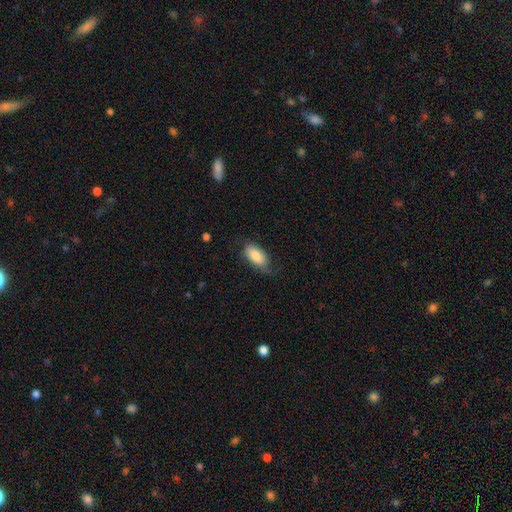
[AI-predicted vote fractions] smooth_or_featured: smooth (p=0.81) [alt: featured or disk p=0.13]
how_rounded: in between (p=0.92) [alt: cigar-shaped p=0.05]
merging: none (p=0.59) [alt: minor disturbance p=0.29]